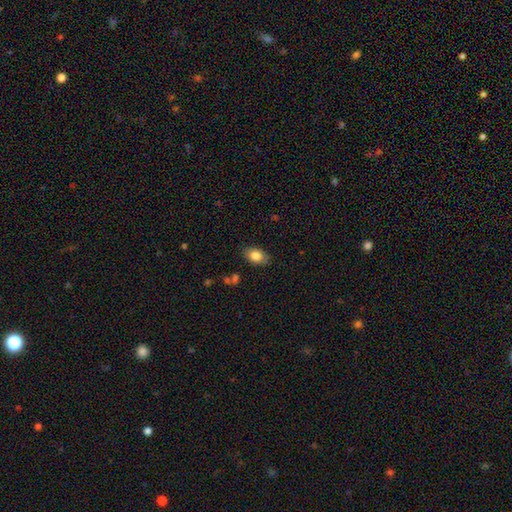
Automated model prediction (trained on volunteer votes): The model was most divided on "how rounded": in between: 84%, round: 15%, cigar-shaped: 1%. More confident: smooth or featured — smooth (83%); merging — none (82%).